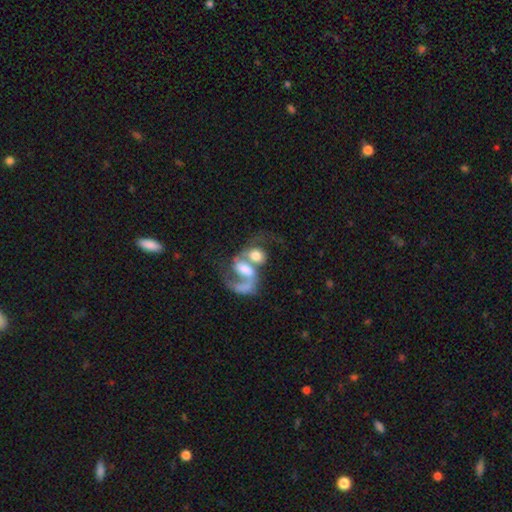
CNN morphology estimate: A featured or disk galaxy (57%) with no bar (57%), spiral arms (72%) and a large central bulge (34%). Merging: merger (73%).